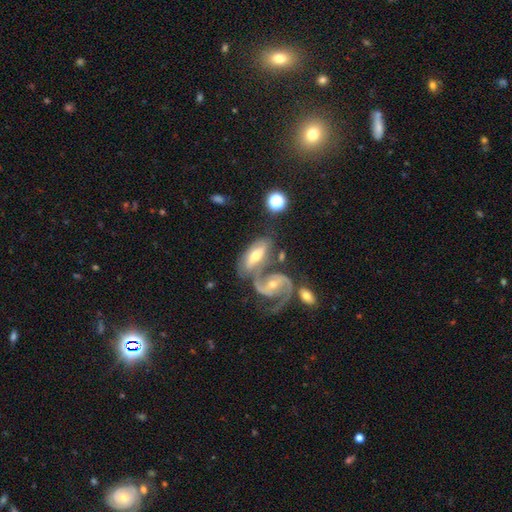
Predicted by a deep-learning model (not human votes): Overall: featured or disk (74%). Edge-on disk: no (88%). Bar: weak (34%, tied with strong). Spiral arms: yes (89%). Spiral arm count: 2 (76%). Spiral winding: medium (47%; tight 28%). Bulge size: moderate (57%; small 37%). Merging: merger (50%; none 30%).